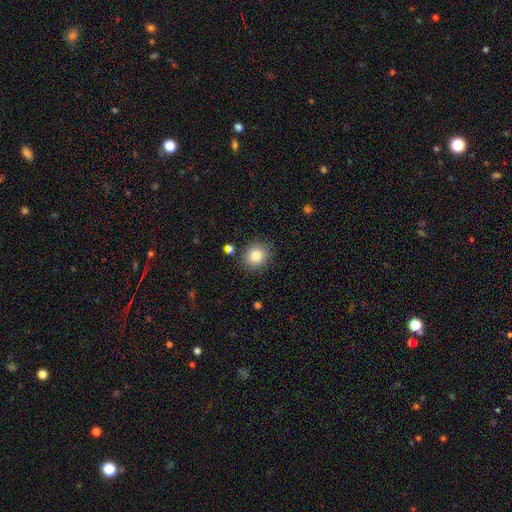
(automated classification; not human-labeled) This is clearly a smooth galaxy (84%). How rounded: likely round (74%). Merging: clearly none (86%).